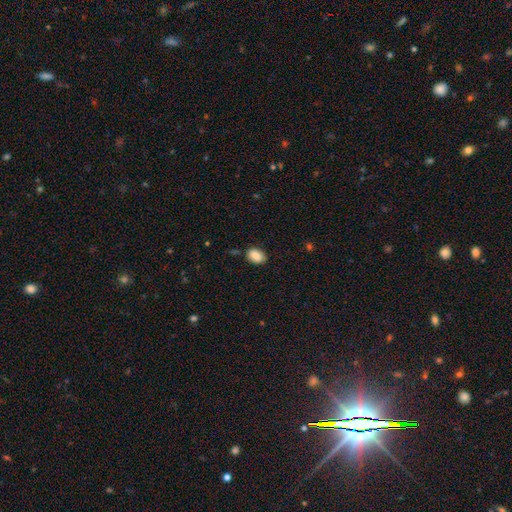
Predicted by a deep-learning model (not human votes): smooth_or_featured: smooth (p=0.87) [alt: star or artifact p=0.08]
how_rounded: in between (p=0.80) [alt: round p=0.18]
merging: none (p=0.81) [alt: minor disturbance p=0.14]